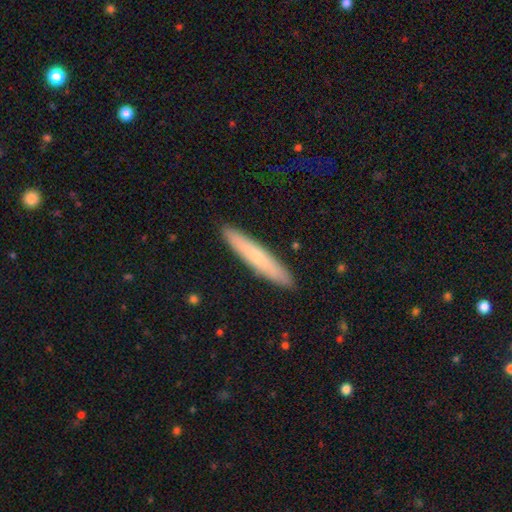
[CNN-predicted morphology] smooth-or-featured: smooth: 65% | featured or disk: 29% | star or artifact: 6%
  how-rounded: cigar-shaped: 93% | in between: 5% | round: 1%
  merging: none: 90% | minor disturbance: 7% | major disturbance: 1% | merger: 1%